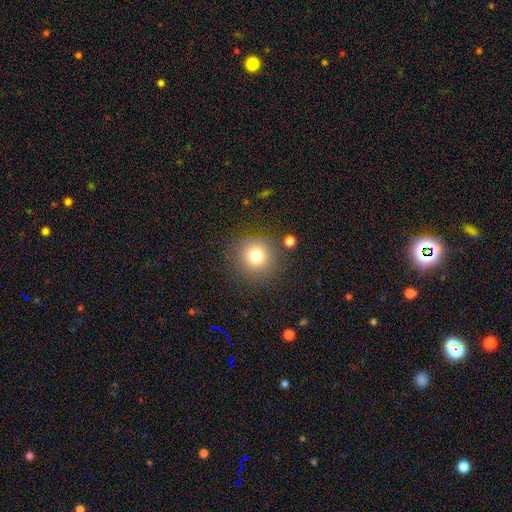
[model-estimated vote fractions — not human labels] The model was most divided on "smooth or featured": smooth: 77%, star or artifact: 14%, featured or disk: 9%. More confident: how rounded — round (93%); merging — none (84%).